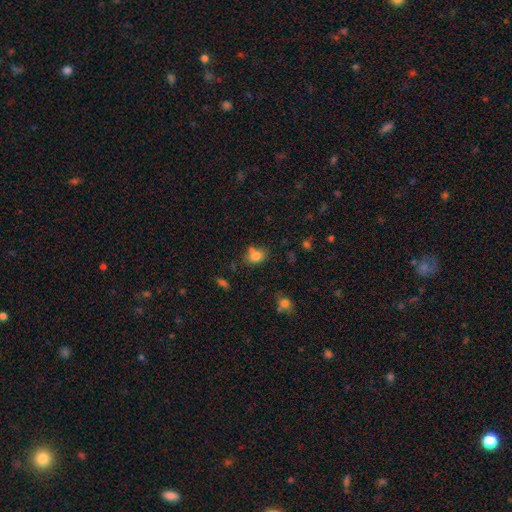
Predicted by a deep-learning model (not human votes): Morphology: type=smooth (80%); roundness=in between (58%); merging=none (59%).